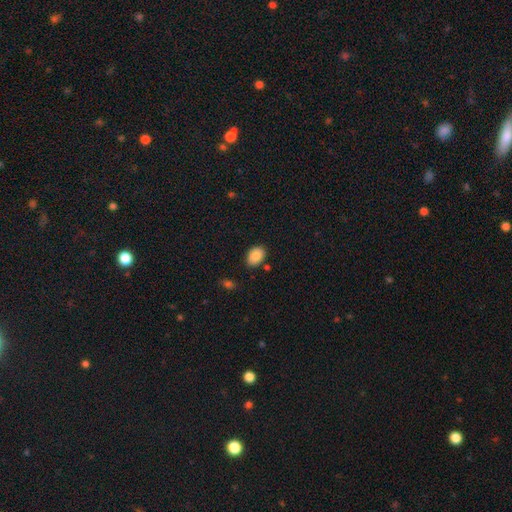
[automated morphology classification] This appears to be a smooth galaxy with no disk features (87%) that is in between round and cigar-shaped (78%). Merging: none (82%).